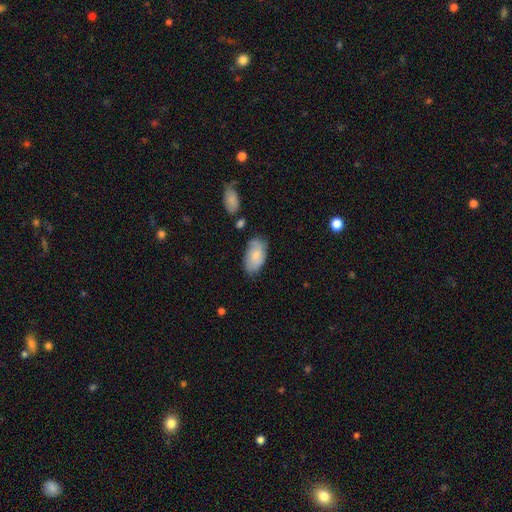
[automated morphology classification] smooth-or-featured: smooth: 67% | featured or disk: 27% | star or artifact: 6%
  how-rounded: in between: 94% | round: 4% | cigar-shaped: 2%
  merging: none: 69% | minor disturbance: 23% | major disturbance: 5% | merger: 3%